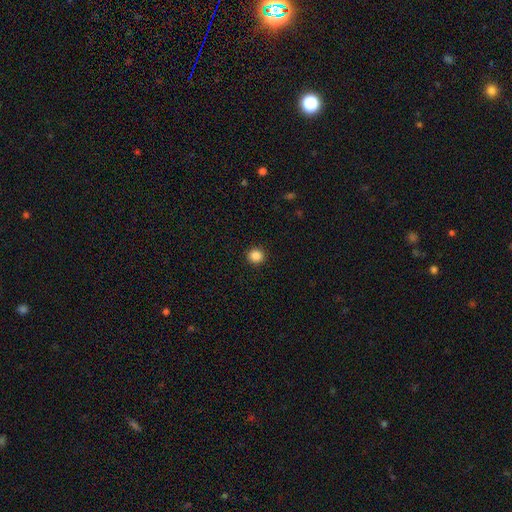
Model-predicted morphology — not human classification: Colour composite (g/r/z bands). It shows a smooth galaxy with no disk features (87%) that is round (92%). Merging: none (93%).